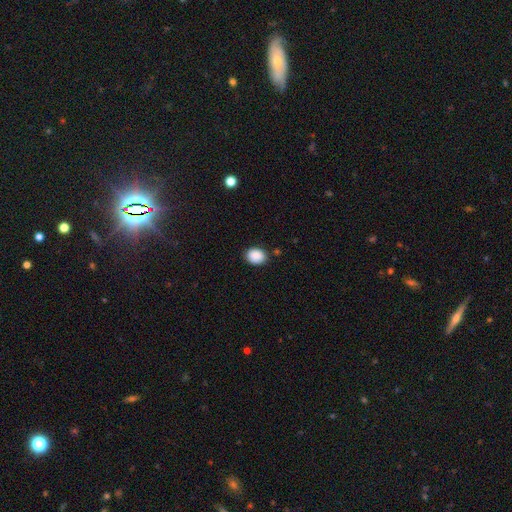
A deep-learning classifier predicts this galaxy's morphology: Smooth or featured? Predicted: smooth (p=0.89). How rounded? Predicted: in between (p=0.54). Merging? Predicted: none (p=0.84).